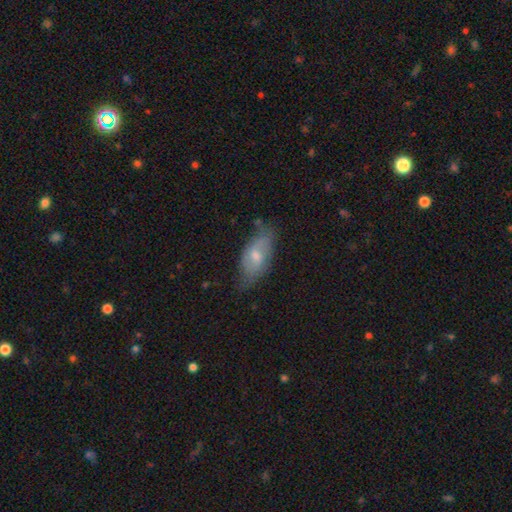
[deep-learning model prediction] Morphology: type=smooth (48%); merging=none (66%).